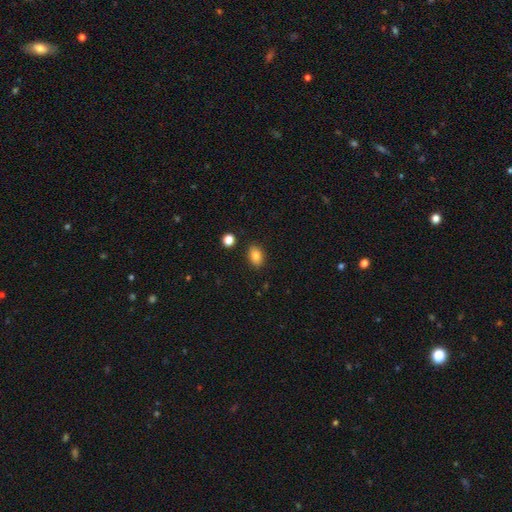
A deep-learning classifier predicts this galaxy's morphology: The model was most divided on "how rounded": in between: 81%, round: 18%, cigar-shaped: 1%. More confident: merging — none (87%); smooth or featured — smooth (84%).